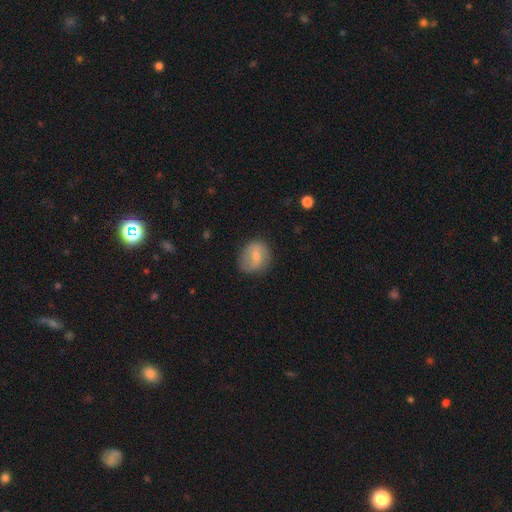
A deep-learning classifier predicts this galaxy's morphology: This is possibly a smooth galaxy (57%). How rounded: likely round (69%). Merging: likely none (75%).